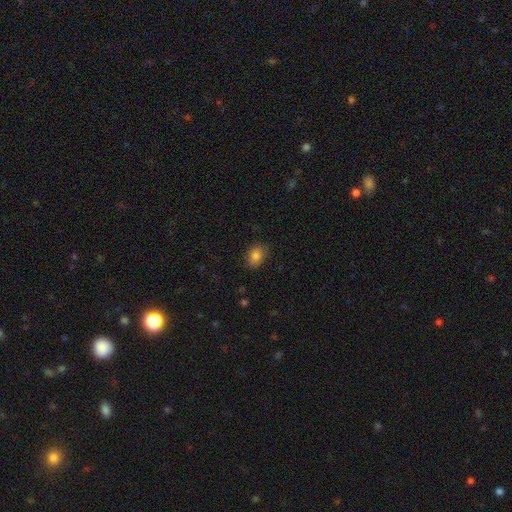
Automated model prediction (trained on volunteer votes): Smooth or featured? smooth (82%)
How rounded? in between (71%)
Merging? none (83%)